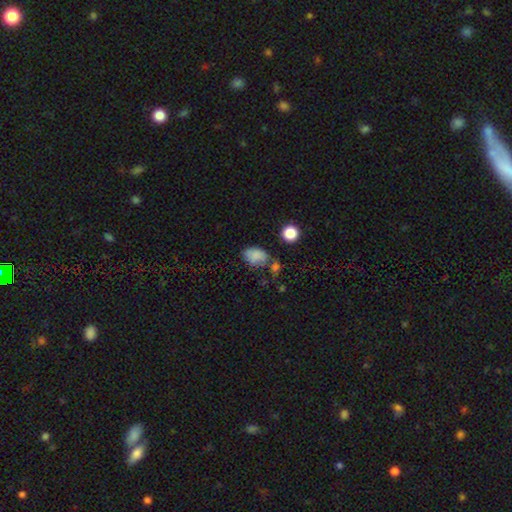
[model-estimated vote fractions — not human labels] The model was most divided on "merging": none: 50%, minor disturbance: 26%, merger: 14%, major disturbance: 11%. More confident: how rounded — in between (82%); smooth or featured — smooth (77%).